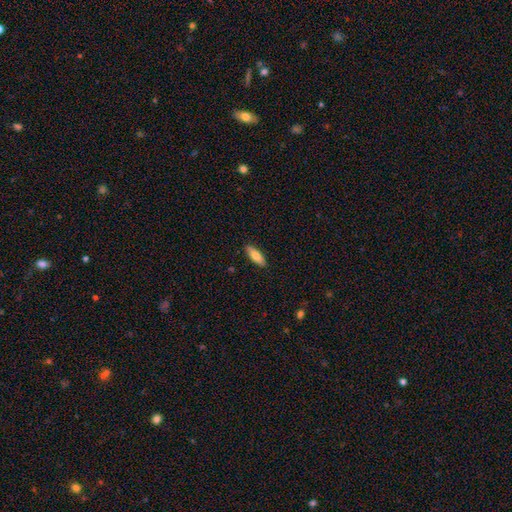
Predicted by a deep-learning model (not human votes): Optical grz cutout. It shows a smooth galaxy with no disk features (75%) that is in between round and cigar-shaped (55%). Merging: none (89%).